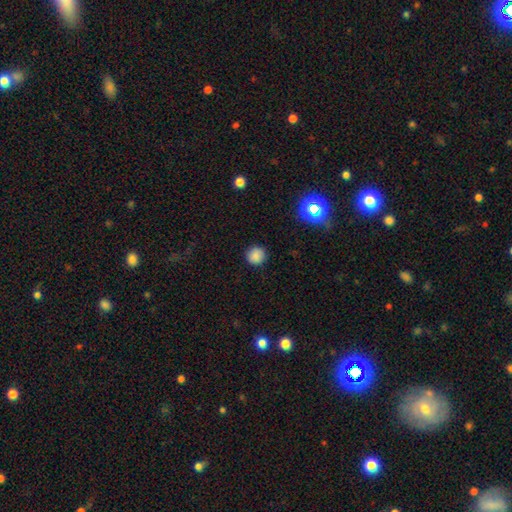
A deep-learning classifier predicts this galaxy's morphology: Smooth or featured? smooth (83%)
How rounded? round (93%)
Merging? none (88%)